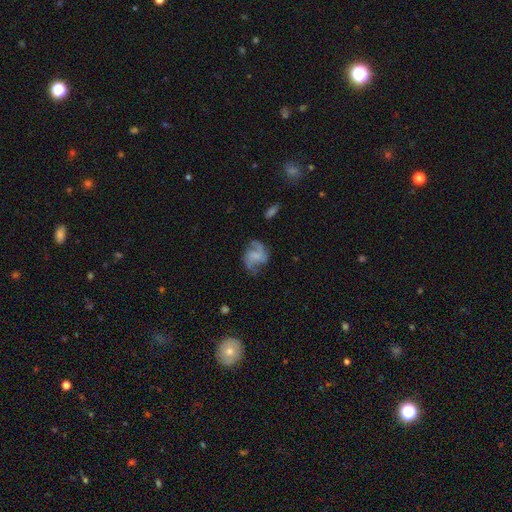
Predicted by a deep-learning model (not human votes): This is likely a featured or disk galaxy (67%). It is clearly not viewed edge-on (98%). Bar: possibly no (52%). Spiral arm pattern: clearly yes (88%). Spiral arm count: likely 2 (66%). Spiral winding: marginally medium (44%). Central bulge: possibly none (48%). Merging: possibly none (56%).